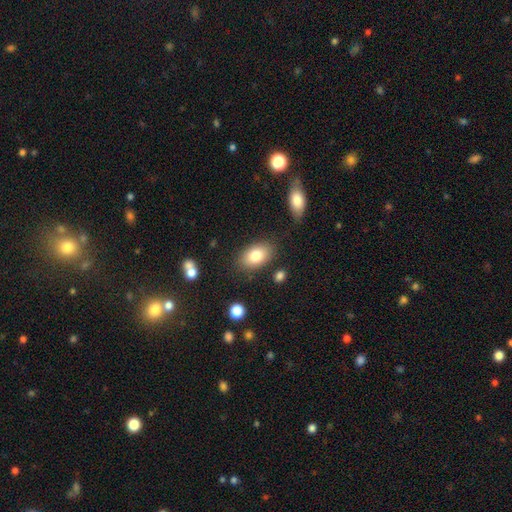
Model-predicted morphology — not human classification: This is clearly a smooth galaxy (81%). How rounded: clearly in between (90%). Merging: clearly none (81%).